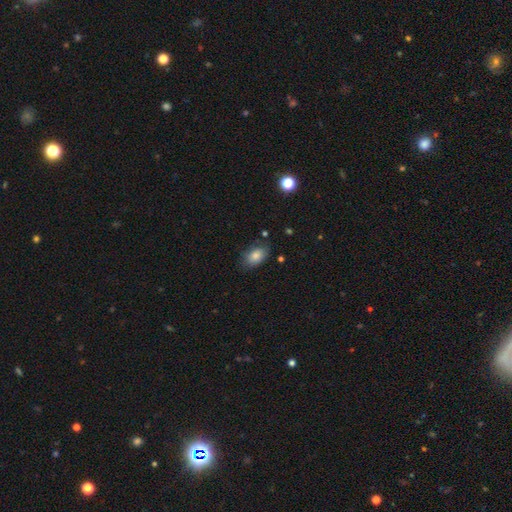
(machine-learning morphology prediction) Smooth or featured? smooth (82%)
How rounded? in between (87%)
Merging? none (75%)